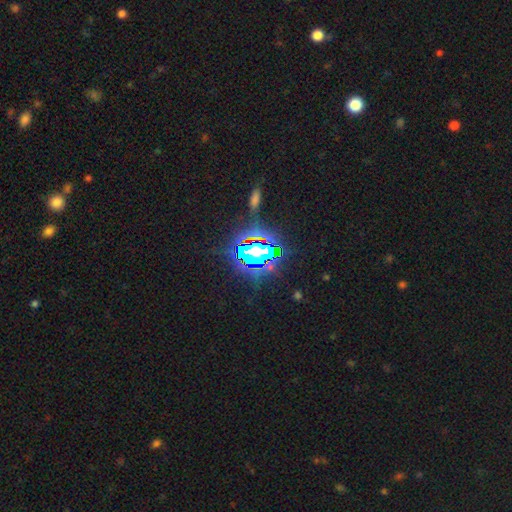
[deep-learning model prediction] Q: Smooth or featured?
A: star or artifact (84%); runner-up: smooth (10%)